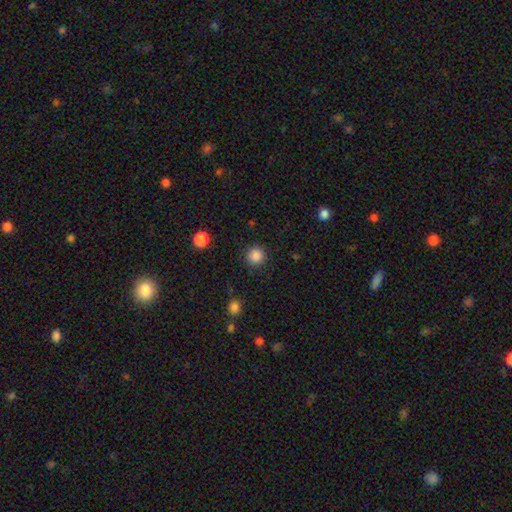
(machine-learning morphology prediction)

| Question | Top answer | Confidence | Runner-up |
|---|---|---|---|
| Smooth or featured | smooth | 86% | star or artifact (11%) |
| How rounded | round | 95% | in between (4%) |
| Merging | none | 90% | minor disturbance (6%) |